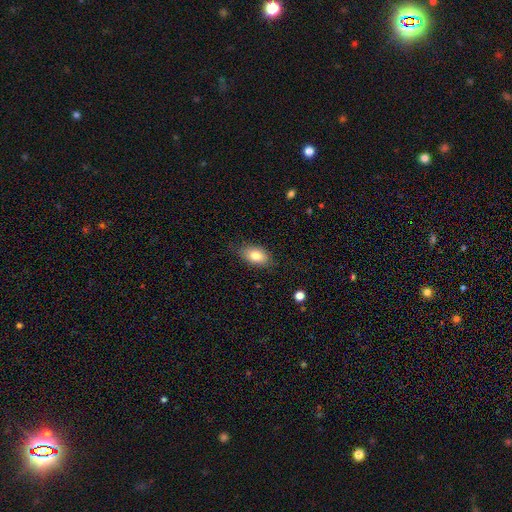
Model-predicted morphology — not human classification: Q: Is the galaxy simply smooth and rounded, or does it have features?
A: smooth — 80%.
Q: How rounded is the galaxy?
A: in between — 89%.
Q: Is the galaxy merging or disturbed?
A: none — 80%.